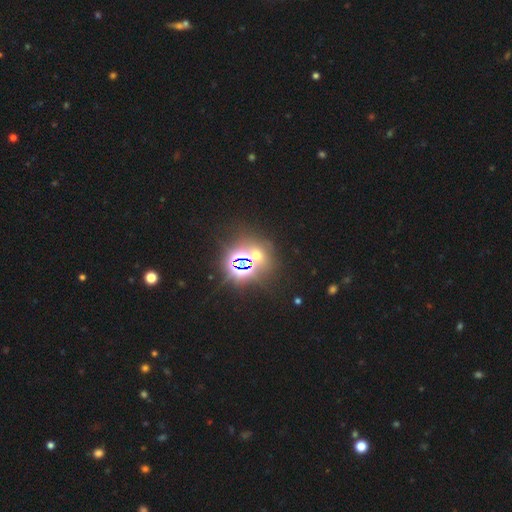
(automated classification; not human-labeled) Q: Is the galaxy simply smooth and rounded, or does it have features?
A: star or artifact — 67%.